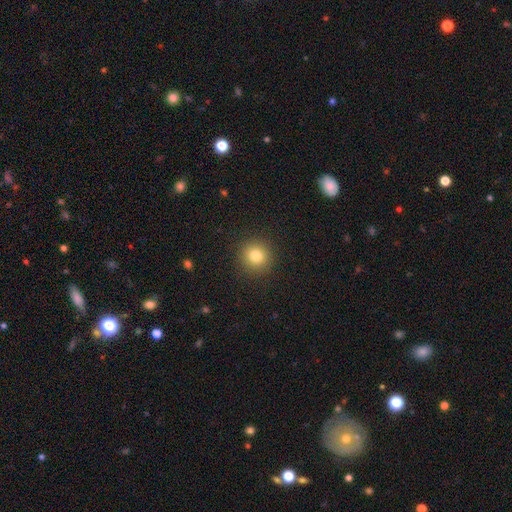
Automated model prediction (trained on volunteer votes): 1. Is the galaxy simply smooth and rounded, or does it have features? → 81% smooth, 12% star or artifact, 7% featured or disk.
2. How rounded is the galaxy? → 94% round, 5% in between, 1% cigar-shaped.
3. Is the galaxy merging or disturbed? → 91% none, 6% minor disturbance, 2% major disturbance, 1% merger.